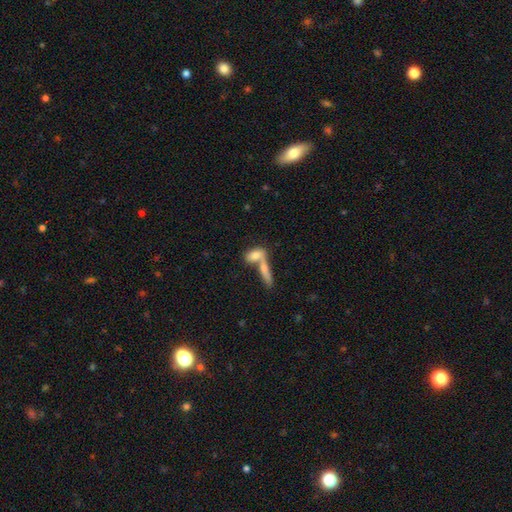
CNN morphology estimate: Smooth or featured? smooth (74%)
How rounded? in between (65%)
Merging? merger (54%)